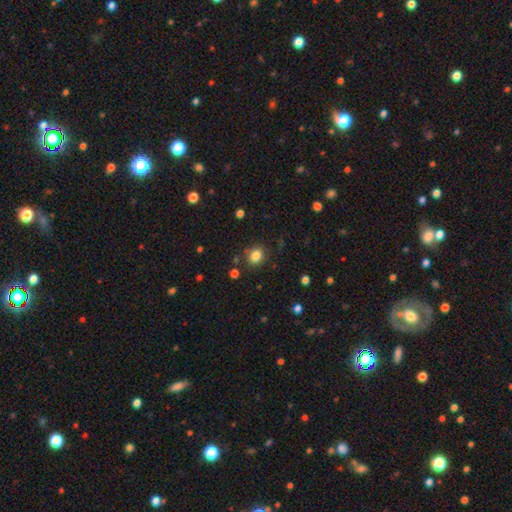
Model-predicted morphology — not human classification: Q: Smooth or featured?
A: smooth (82%); runner-up: star or artifact (12%)
Q: How rounded?
A: round (69%); runner-up: in between (30%)
Q: Merging?
A: none (83%); runner-up: minor disturbance (10%)